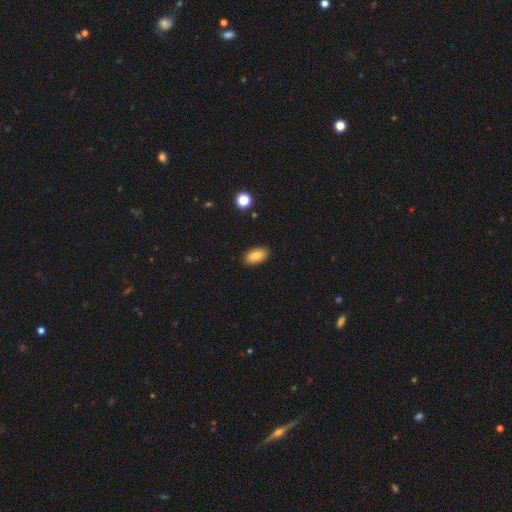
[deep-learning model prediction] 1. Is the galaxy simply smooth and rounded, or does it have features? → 85% smooth, 8% star or artifact, 7% featured or disk.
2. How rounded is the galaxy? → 93% in between, 5% round, 3% cigar-shaped.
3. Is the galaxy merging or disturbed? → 88% none, 9% minor disturbance, 2% major disturbance, 1% merger.